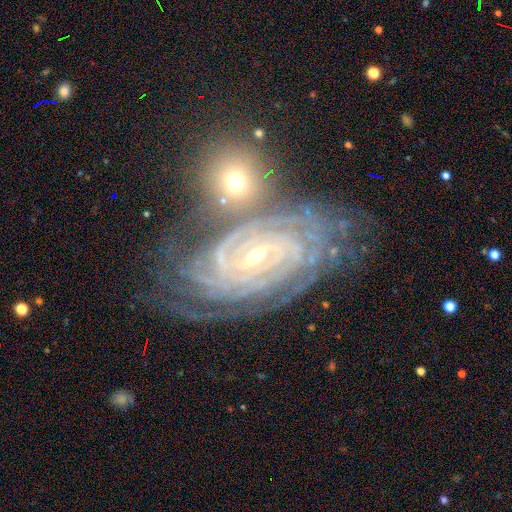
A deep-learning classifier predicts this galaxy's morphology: A featured or disk galaxy (89%) with a weak bar (38%), 4 (25%) tight (86%) spiral arms (98%) and a small central bulge (71%). Merging: none (61%).